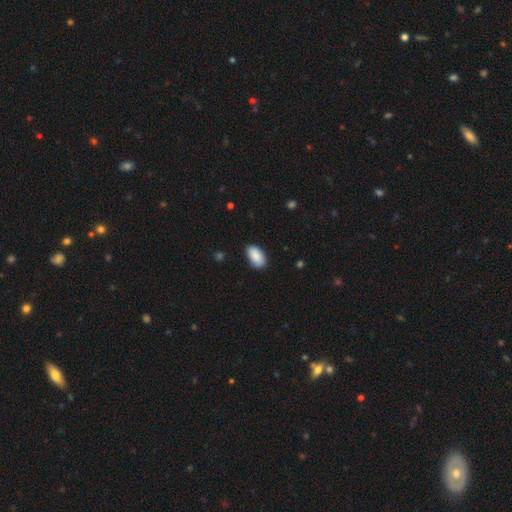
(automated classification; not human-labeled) smooth-or-featured: smooth: 90% | star or artifact: 6% | featured or disk: 4%
  how-rounded: in between: 95% | round: 4% | cigar-shaped: 1%
  merging: none: 85% | minor disturbance: 12% | major disturbance: 2% | merger: 1%